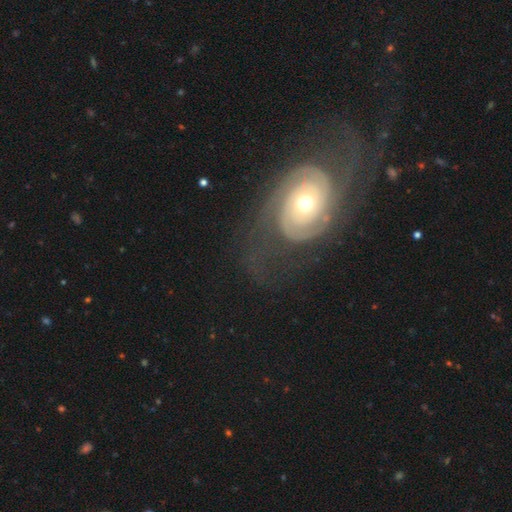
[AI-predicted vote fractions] This is clearly a featured or disk galaxy (83%). It is clearly not viewed edge-on (96%). Bar: likely no (72%). Spiral arm pattern: clearly yes (92%). Spiral arm count: likely 2 (70%). Spiral winding: possibly tight (49%). Central bulge: possibly moderate (53%). Merging: likely none (70%).